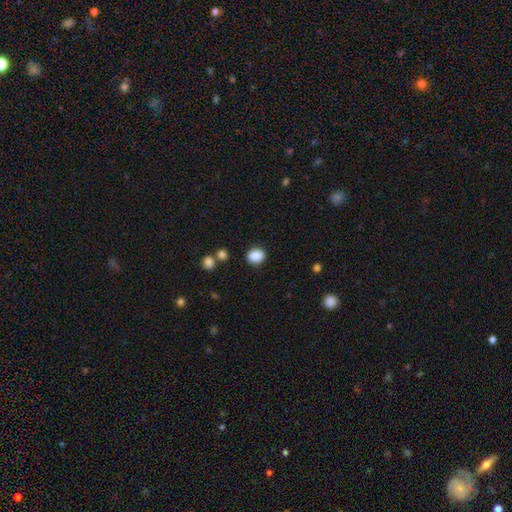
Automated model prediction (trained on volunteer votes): The model was most divided on "how rounded": round: 54%, in between: 45%, cigar-shaped: 1%. More confident: smooth or featured — smooth (88%); merging — none (85%).